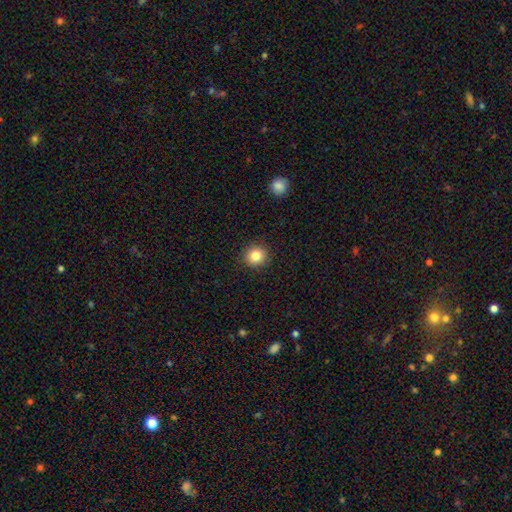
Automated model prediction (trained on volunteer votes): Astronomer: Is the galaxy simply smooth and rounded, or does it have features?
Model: smooth — 84%.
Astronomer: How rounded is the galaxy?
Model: round — 90%.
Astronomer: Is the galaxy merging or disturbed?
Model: none — 91%.